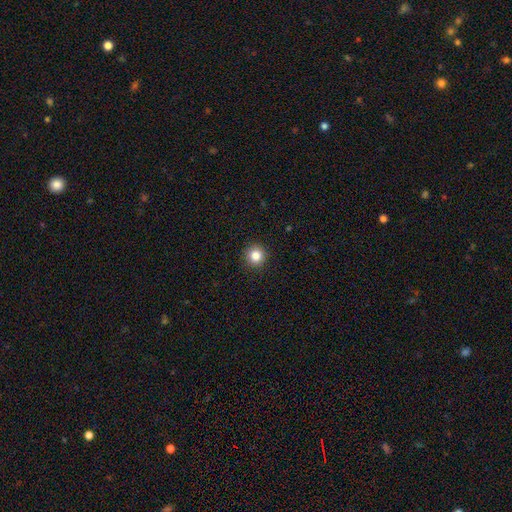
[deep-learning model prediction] A smooth galaxy with no disk features (84%) that is round (95%). Merging: none (93%).